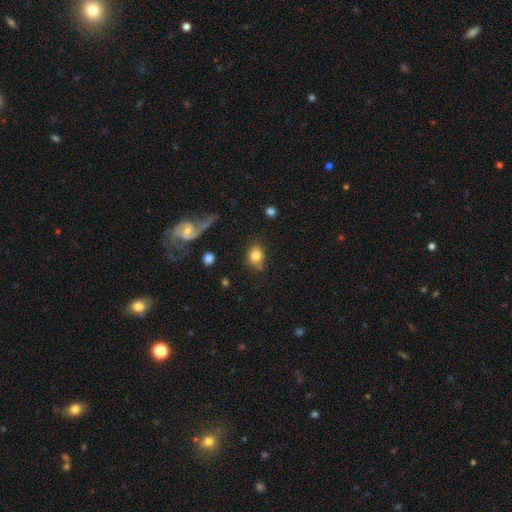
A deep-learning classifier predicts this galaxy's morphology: Smooth or featured? smooth (79%)
How rounded? in between (60%)
Merging? none (69%)